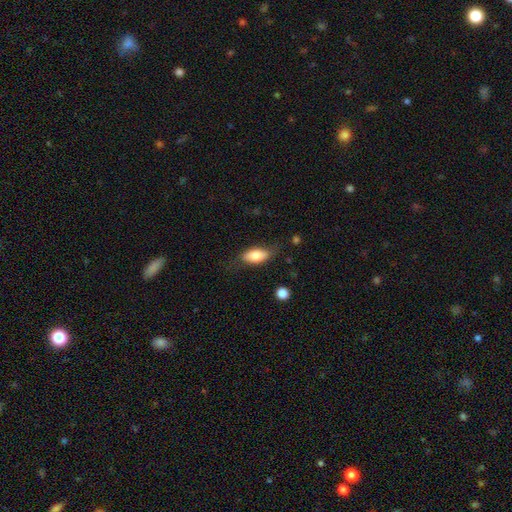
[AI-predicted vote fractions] Overall: smooth (77%). How rounded: in between (87%). Merging: none (70%).